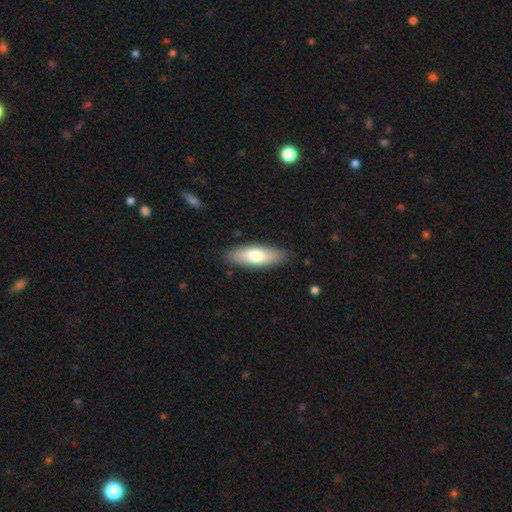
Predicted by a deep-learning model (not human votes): smooth-or-featured: smooth: 69% | featured or disk: 26% | star or artifact: 5%
  how-rounded: in between: 62% | cigar-shaped: 35% | round: 2%
  merging: none: 88% | minor disturbance: 9% | major disturbance: 2% | merger: 1%